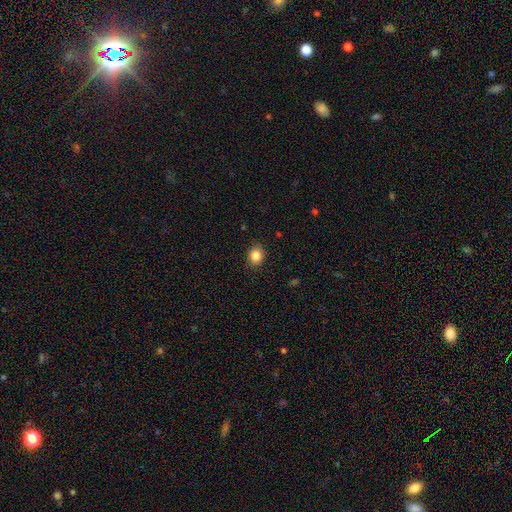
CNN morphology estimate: Q: Smooth or featured?
A: smooth (86%); runner-up: star or artifact (10%)
Q: How rounded?
A: round (68%); runner-up: in between (32%)
Q: Merging?
A: none (87%); runner-up: minor disturbance (9%)